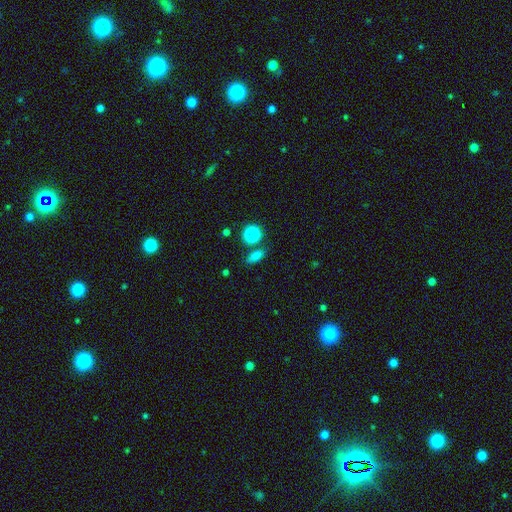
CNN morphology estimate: smooth_or_featured: smooth (p=0.78) [alt: star or artifact p=0.15]
how_rounded: in between (p=0.67) [alt: round p=0.20]
merging: none (p=0.72) [alt: minor disturbance p=0.13]